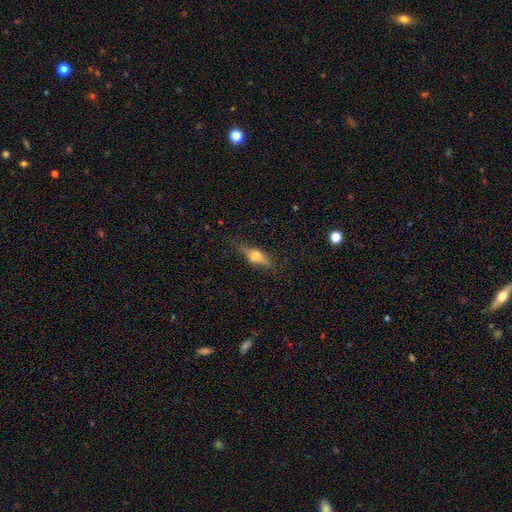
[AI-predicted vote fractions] Overall: featured or disk (48%; smooth 42%). Merging: none (75%).